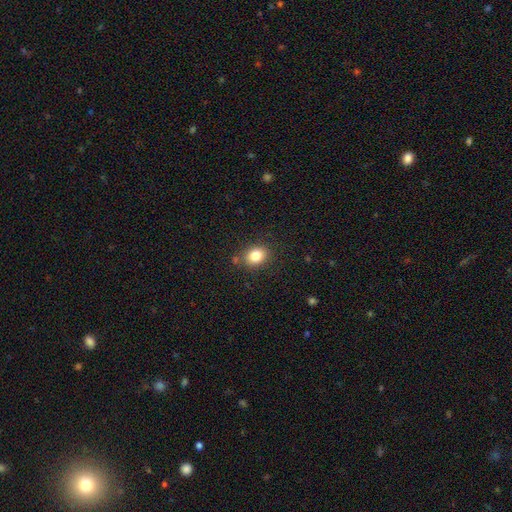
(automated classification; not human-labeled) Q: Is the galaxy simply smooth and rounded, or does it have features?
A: smooth — 82%.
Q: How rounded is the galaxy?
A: in between — 52%.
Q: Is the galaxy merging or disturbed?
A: none — 82%.